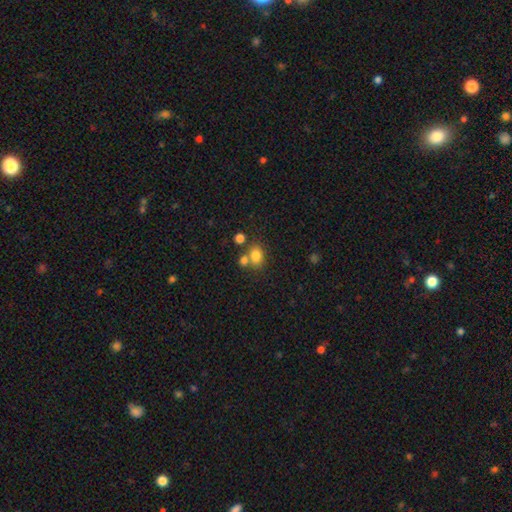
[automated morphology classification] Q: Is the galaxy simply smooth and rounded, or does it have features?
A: smooth — 79%.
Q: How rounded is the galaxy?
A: in between — 55%.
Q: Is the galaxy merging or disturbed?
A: none — 56%.